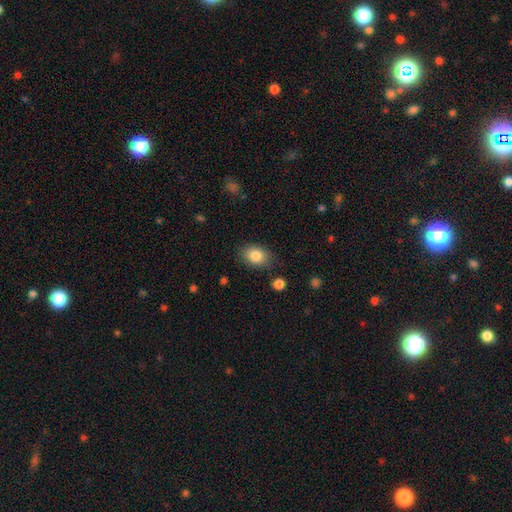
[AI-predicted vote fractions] Overall: smooth (84%). How rounded: in between (69%; round 30%). Merging: none (81%).